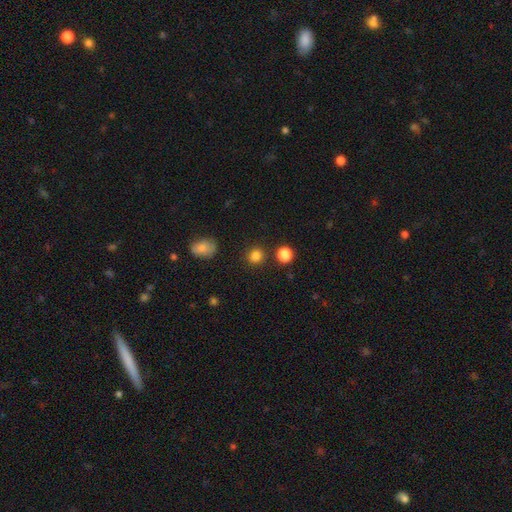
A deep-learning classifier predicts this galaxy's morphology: Overall: smooth (83%). How rounded: round (86%). Merging: none (85%).